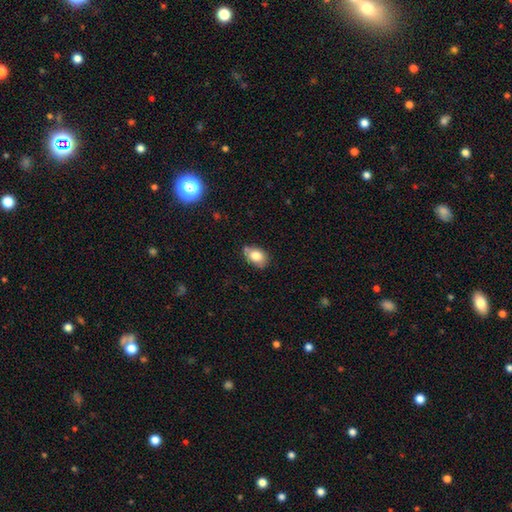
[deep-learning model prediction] smooth-or-featured: smooth: 80% | featured or disk: 12% | star or artifact: 9%
  how-rounded: in between: 75% | round: 24% | cigar-shaped: 1%
  merging: none: 63% | minor disturbance: 25% | merger: 8% | major disturbance: 5%